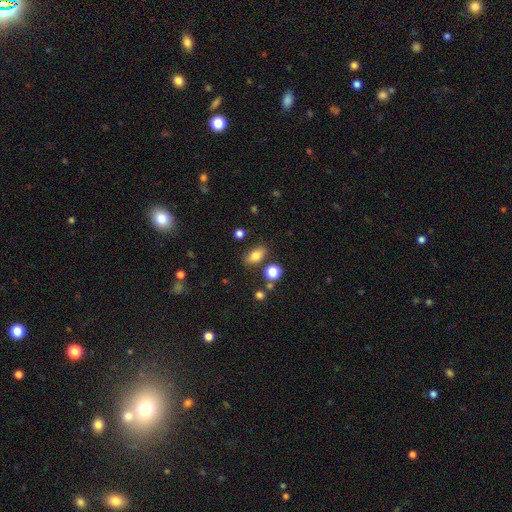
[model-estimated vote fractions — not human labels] The model was most divided on "merging": none: 80%, minor disturbance: 12%, merger: 5%, major disturbance: 3%. More confident: how rounded — in between (85%); smooth or featured — smooth (81%).